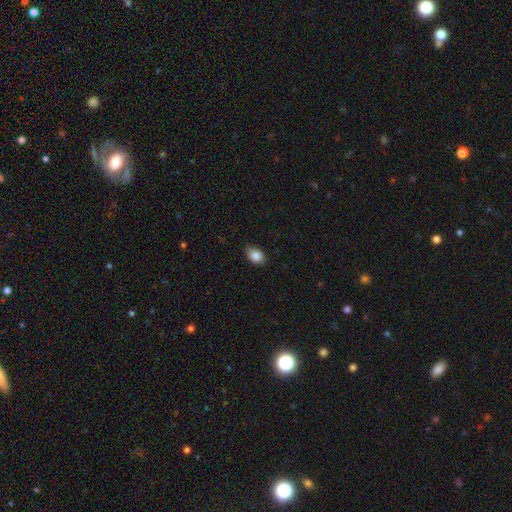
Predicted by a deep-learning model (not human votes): Smooth or featured?
  - smooth: 86% *
  - star or artifact: 8%
  - featured or disk: 5%
How rounded?
  - in between: 78% *
  - round: 21%
  - cigar-shaped: 1%
Merging?
  - none: 81% *
  - minor disturbance: 16%
  - major disturbance: 2%
  - merger: 1%